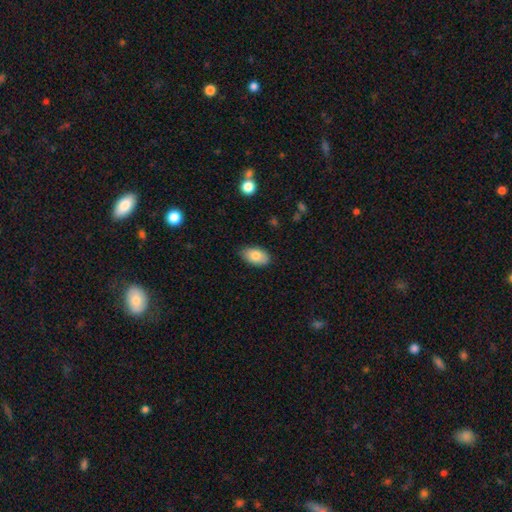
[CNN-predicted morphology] Smooth or featured: smooth — 81% (featured or disk — 12%)
How rounded: in between — 93% (round — 5%)
Merging: none — 83% (minor disturbance — 14%)